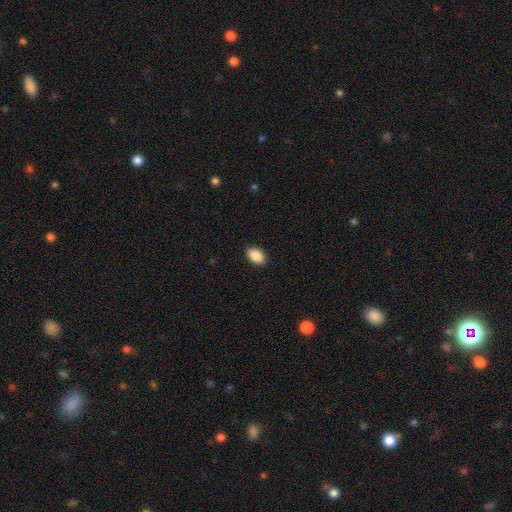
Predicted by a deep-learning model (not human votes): Q: Smooth or featured?
A: smooth (90%); runner-up: star or artifact (7%)
Q: How rounded?
A: in between (91%); runner-up: round (8%)
Q: Merging?
A: none (89%); runner-up: minor disturbance (8%)